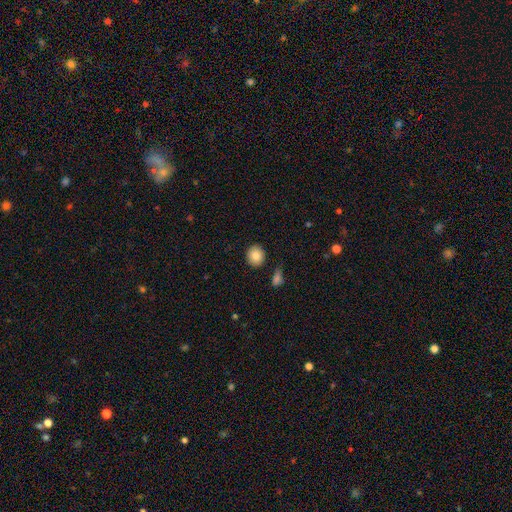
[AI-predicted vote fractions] The model was most divided on "how rounded": round: 82%, in between: 17%, cigar-shaped: 1%. More confident: merging — none (86%); smooth or featured — smooth (85%).